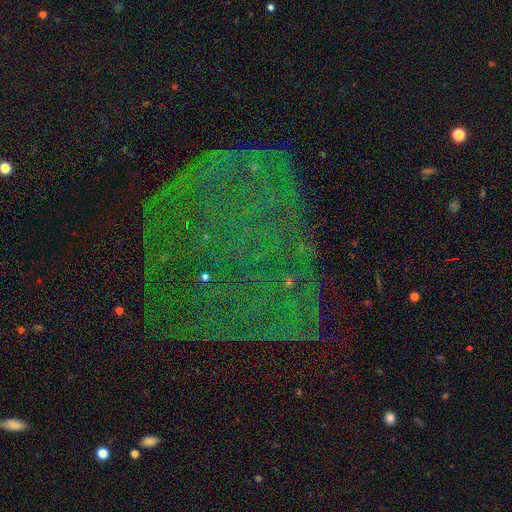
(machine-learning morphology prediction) star or artifact 71%, featured or disk 17%, smooth 12%.